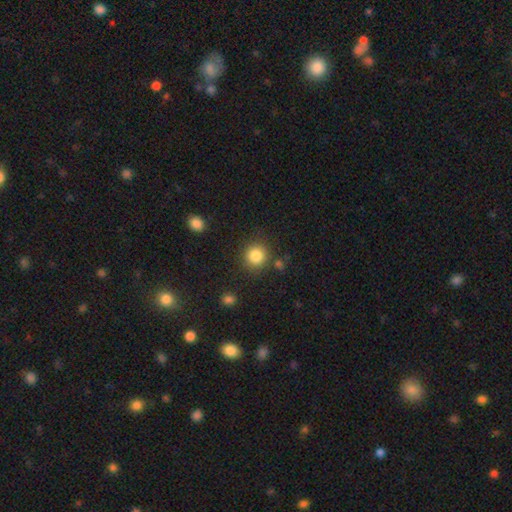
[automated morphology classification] The model was most divided on "smooth or featured": smooth: 85%, star or artifact: 10%, featured or disk: 5%. More confident: how rounded — round (90%); merging — none (84%).